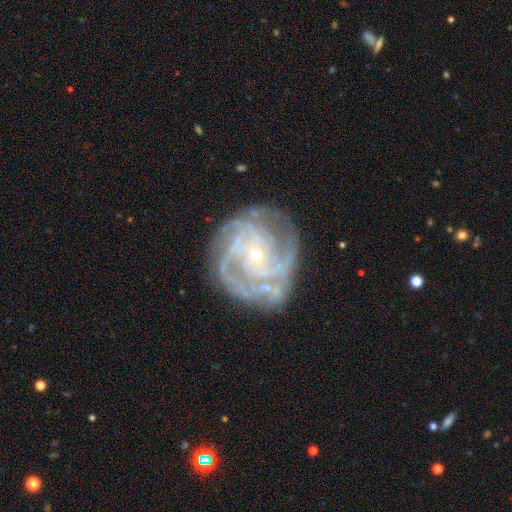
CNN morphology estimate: A featured or disk galaxy (89%) with no bar (70%), 3 (28%) tight (61%) spiral arms (97%) and a small central bulge (80%).

Vote fractions:
- Smooth or featured? featured or disk: 89% / star or artifact: 6% / smooth: 5%
- Edge-on disk? no: 98% / yes: 2%
- Bar? no: 70% / weak: 22% / strong: 8%
- Spiral arms? yes: 97% / no: 3%
- Spiral winding? tight: 61% / medium: 32% / loose: 6%
- Spiral arm count? 3: 28% / 4: 27% / can't tell: 16% / 2: 13% / more than 4: 10% / 1: 6%
- Bulge size? small: 80% / moderate: 16% / none: 1% / large: 1% / dominant: 1%
- Merging? none: 72% / minor disturbance: 17% / major disturbance: 9% / merger: 3%